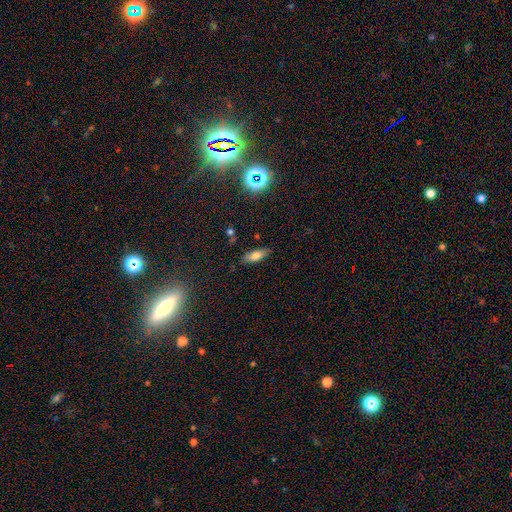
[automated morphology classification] Overall: smooth (75%). How rounded: in between (76%). Merging: none (82%).